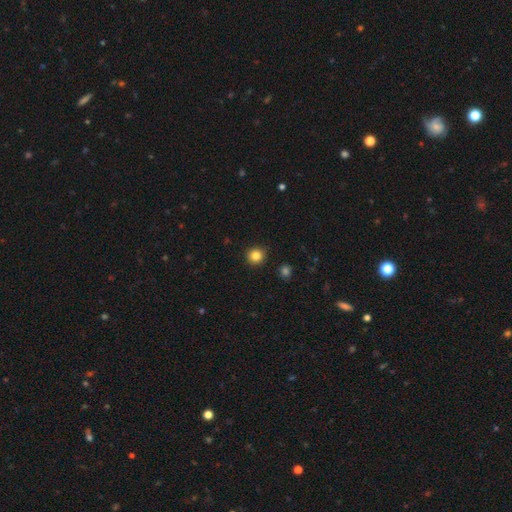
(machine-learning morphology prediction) smooth-or-featured: smooth: 84% | star or artifact: 11% | featured or disk: 5%
  how-rounded: round: 94% | in between: 5% | cigar-shaped: 1%
  merging: none: 92% | minor disturbance: 5% | major disturbance: 2% | merger: 1%